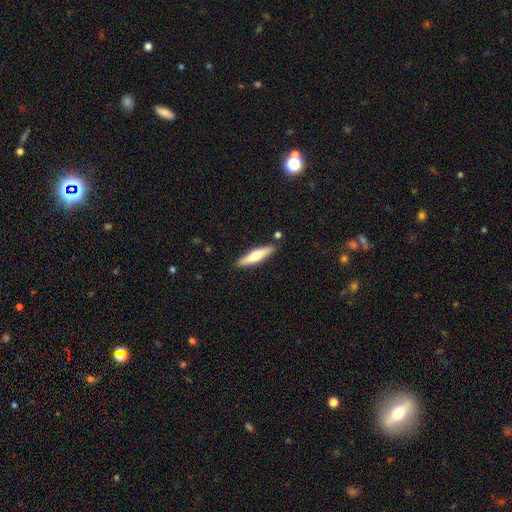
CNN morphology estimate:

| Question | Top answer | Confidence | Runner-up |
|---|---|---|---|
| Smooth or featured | smooth | 54% | featured or disk (41%) |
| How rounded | cigar-shaped | 79% | in between (19%) |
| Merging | none | 86% | minor disturbance (9%) |